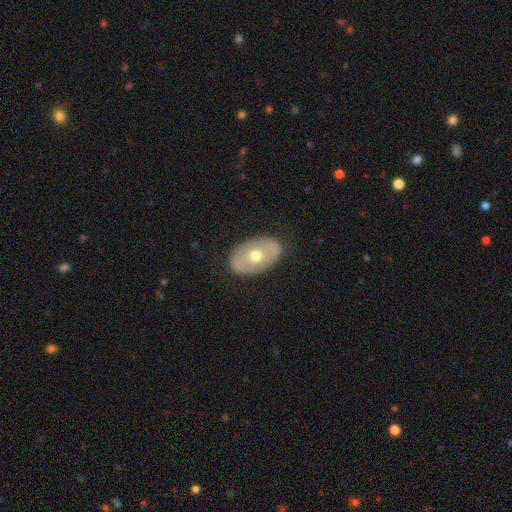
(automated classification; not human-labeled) smooth-or-featured: smooth: 48% | featured or disk: 47% | star or artifact: 5%
  merging: none: 84% | minor disturbance: 12% | major disturbance: 3% | merger: 1%